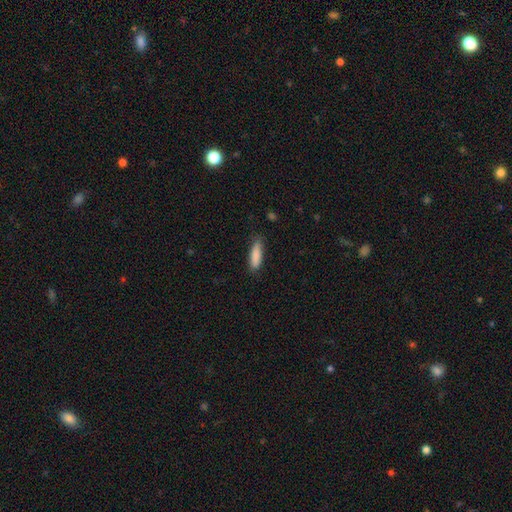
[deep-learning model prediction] Smooth or featured: smooth — 87% (featured or disk — 7%)
How rounded: cigar-shaped — 61% (in between — 38%)
Merging: none — 78% (minor disturbance — 17%)